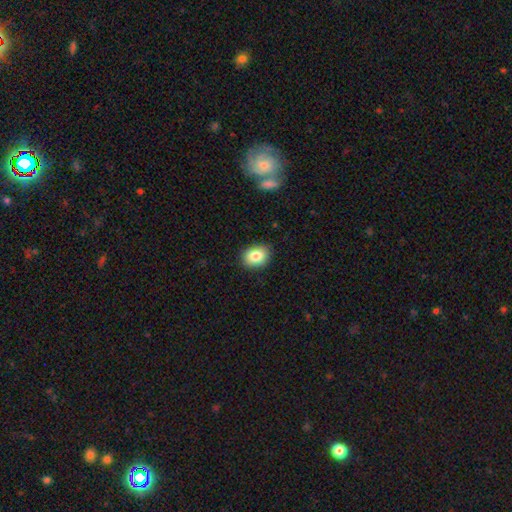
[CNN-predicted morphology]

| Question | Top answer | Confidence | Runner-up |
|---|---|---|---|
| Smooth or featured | smooth | 84% | star or artifact (9%) |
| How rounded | in between | 62% | round (37%) |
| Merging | none | 88% | minor disturbance (9%) |